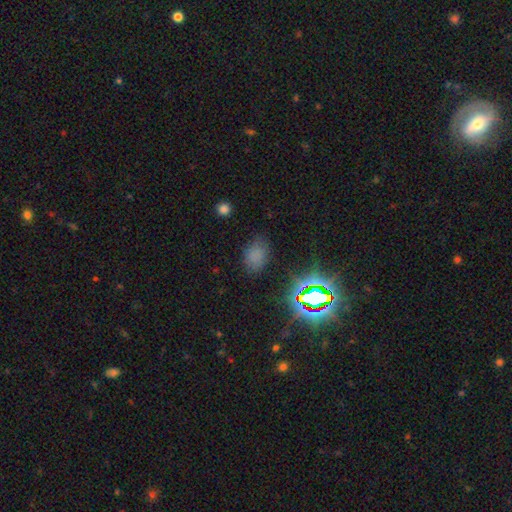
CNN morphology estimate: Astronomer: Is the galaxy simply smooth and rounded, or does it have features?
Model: smooth — 65%.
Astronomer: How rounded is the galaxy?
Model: in between — 75%.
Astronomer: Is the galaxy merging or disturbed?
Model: none — 73%.